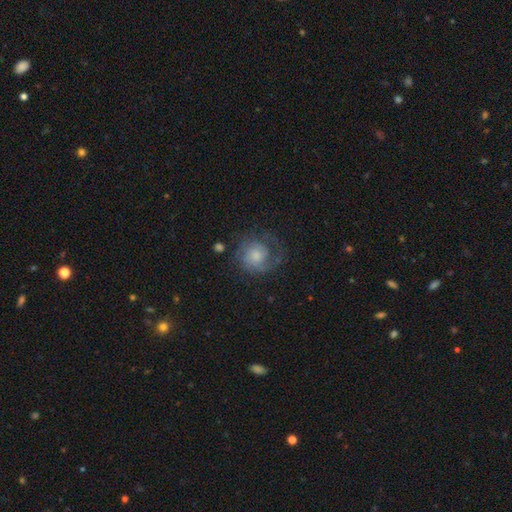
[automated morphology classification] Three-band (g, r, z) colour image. It shows a featured or disk galaxy (63%) with no bar (75%), 2 (39%) tight (46%) spiral arms (88%) and a moderate central bulge (40%). Merging: none (58%).